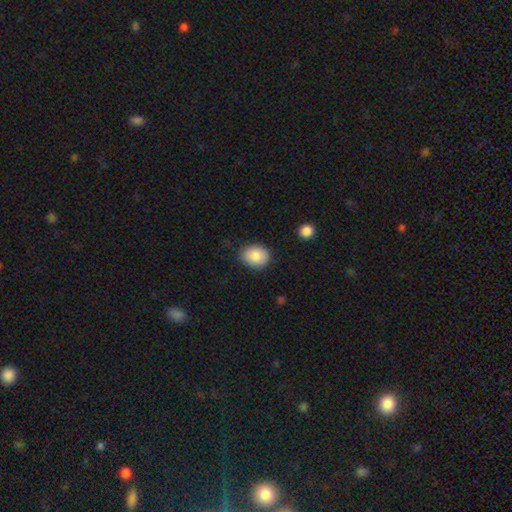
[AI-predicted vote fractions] Morphology: type=smooth (85%); roundness=in between (53%); merging=none (81%).